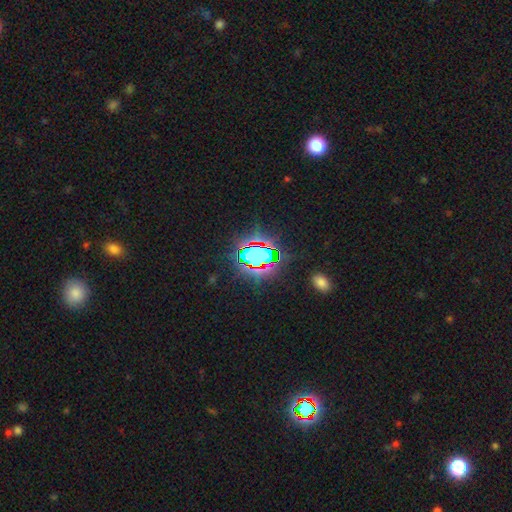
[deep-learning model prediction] Smooth or featured? Predicted: star or artifact (p=0.70).